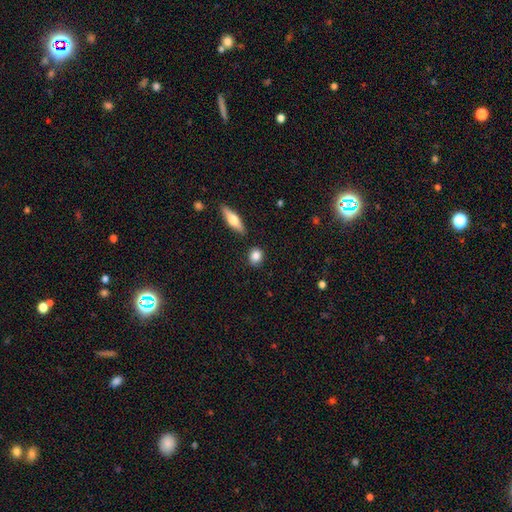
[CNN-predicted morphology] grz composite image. It shows a smooth galaxy with no disk features (84%) that is round (65%). Merging: none (85%).